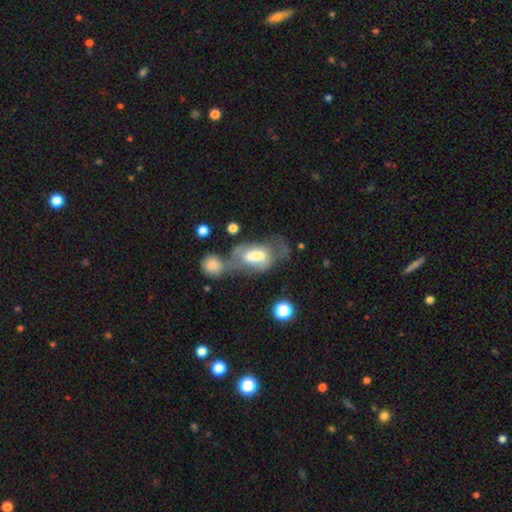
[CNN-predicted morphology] The model was most divided on "smooth or featured": smooth: 51%, featured or disk: 41%, star or artifact: 8%. Remaining: how rounded — in between (87%); merging — merger (42%).